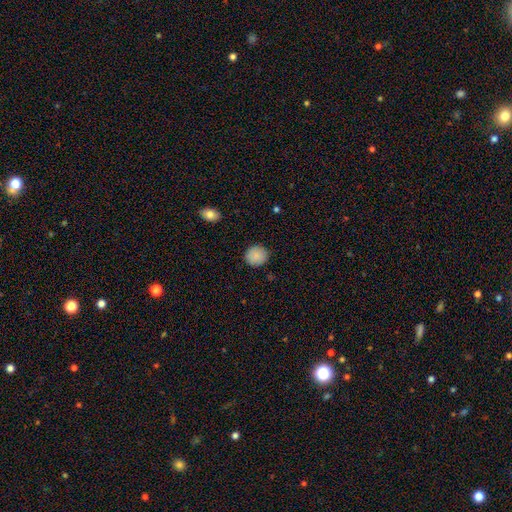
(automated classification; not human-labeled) Smooth or featured? Predicted: smooth (p=0.88). How rounded? Predicted: round (p=0.88). Merging? Predicted: none (p=0.89).